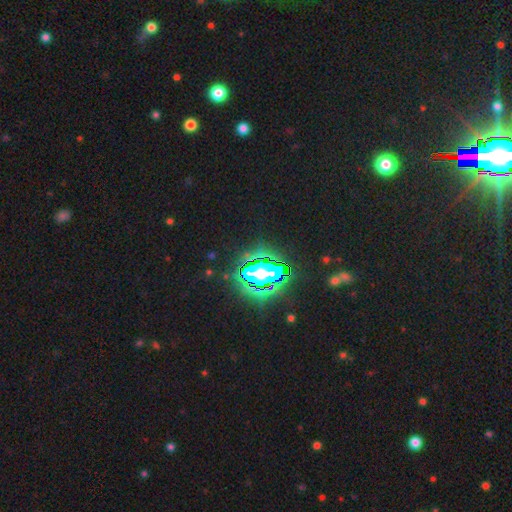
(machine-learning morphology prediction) A star or artifact, not a galaxy (84%).

Vote fractions:
- Smooth or featured? star or artifact: 84% / smooth: 9% / featured or disk: 7%